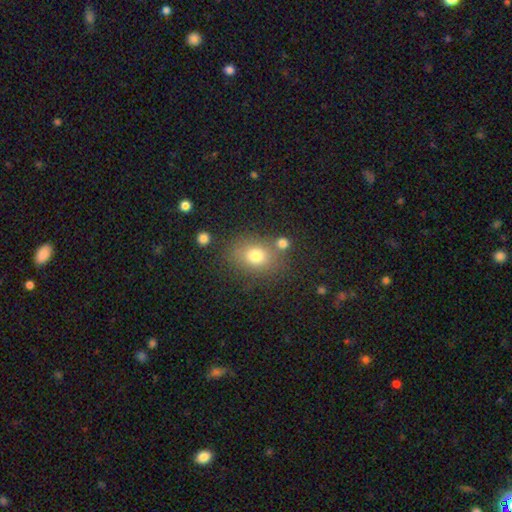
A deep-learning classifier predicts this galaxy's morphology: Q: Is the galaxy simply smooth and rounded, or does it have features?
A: smooth — 77%.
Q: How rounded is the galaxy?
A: in between — 55%.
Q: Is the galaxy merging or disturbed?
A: none — 69%.